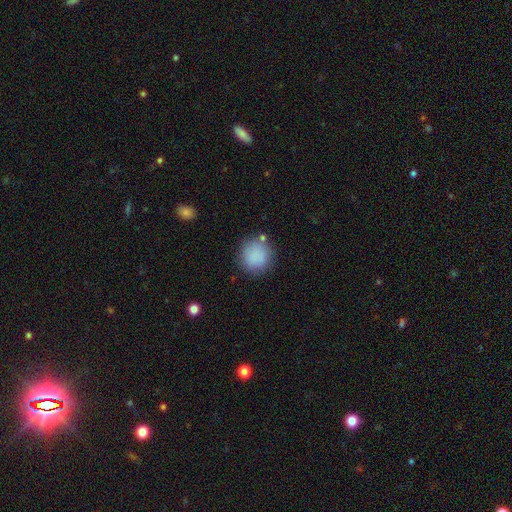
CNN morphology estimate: type=smooth (86%); roundness=round (91%); merging=none (79%).